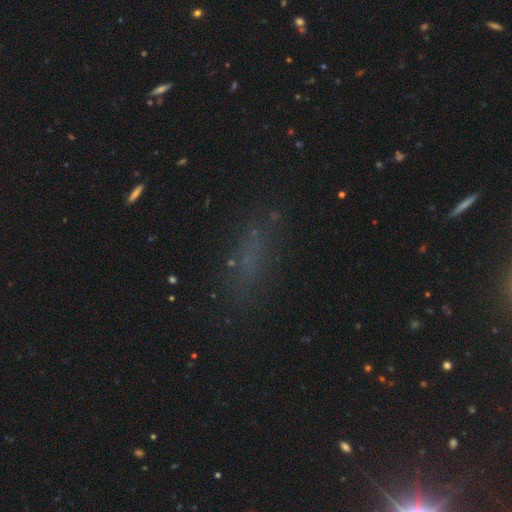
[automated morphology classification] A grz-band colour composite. It shows a star or artifact, not a galaxy (39%, tied with smooth).